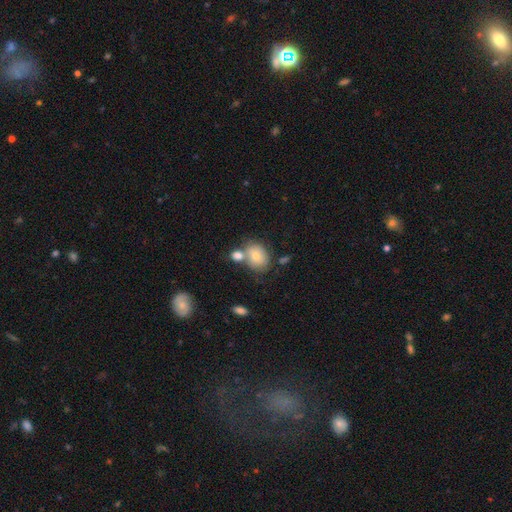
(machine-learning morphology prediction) Q: Smooth or featured?
A: smooth (72%); runner-up: featured or disk (18%)
Q: How rounded?
A: in between (53%); runner-up: round (46%)
Q: Merging?
A: none (49%); runner-up: merger (33%)